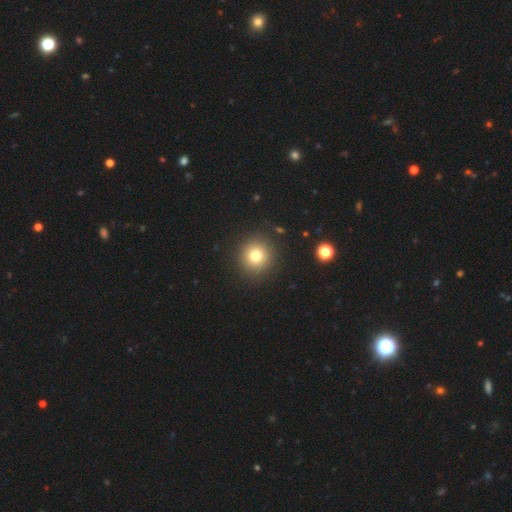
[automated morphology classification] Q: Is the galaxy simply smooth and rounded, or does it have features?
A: smooth — 77%.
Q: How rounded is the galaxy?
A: round — 93%.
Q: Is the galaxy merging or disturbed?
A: none — 90%.